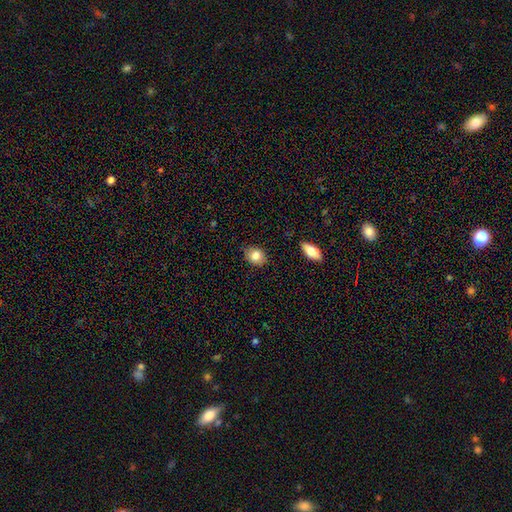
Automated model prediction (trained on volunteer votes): Smooth or featured? smooth (81%)
How rounded? in between (57%)
Merging? none (83%)